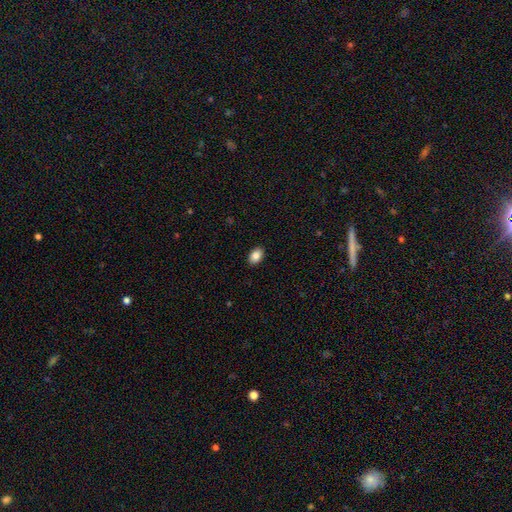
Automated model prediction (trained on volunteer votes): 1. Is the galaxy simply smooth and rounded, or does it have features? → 86% smooth, 8% star or artifact, 6% featured or disk.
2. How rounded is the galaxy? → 86% in between, 13% round, 1% cigar-shaped.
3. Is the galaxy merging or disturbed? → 90% none, 7% minor disturbance, 2% major disturbance, 1% merger.